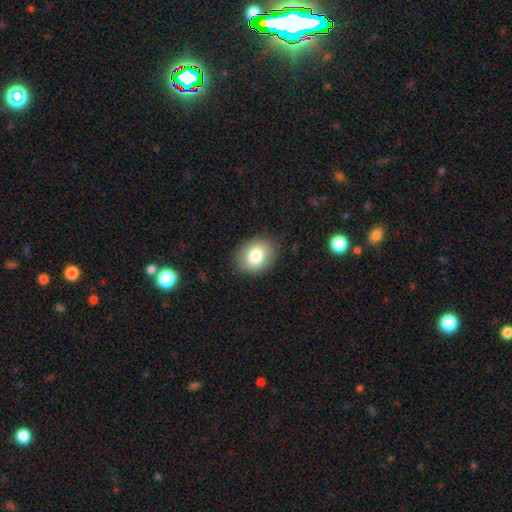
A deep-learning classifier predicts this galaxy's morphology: Overall: smooth (80%). How rounded: in between (62%; round 37%). Merging: none (86%).